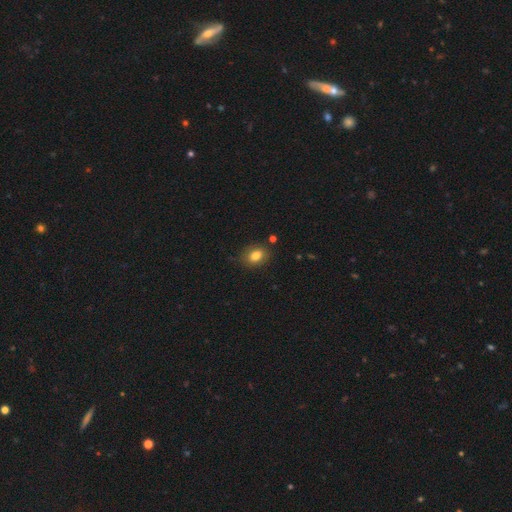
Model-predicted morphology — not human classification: This appears to be a smooth galaxy with no disk features (82%) that is in between round and cigar-shaped (66%). Merging: none (82%).